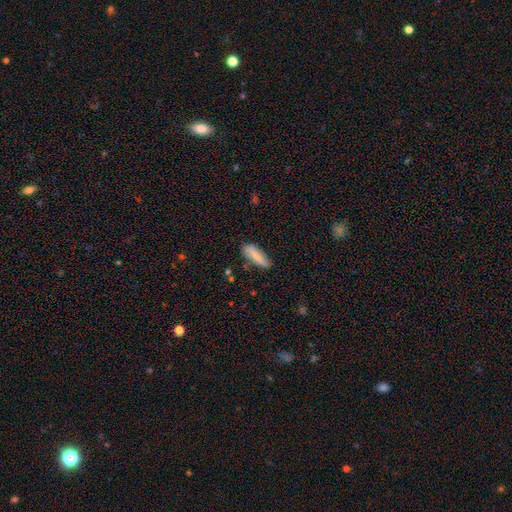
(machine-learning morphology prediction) smooth 75%, featured or disk 18%, star or artifact 7%. Down the decision tree: how rounded — in between (52%); merging — none (70%).